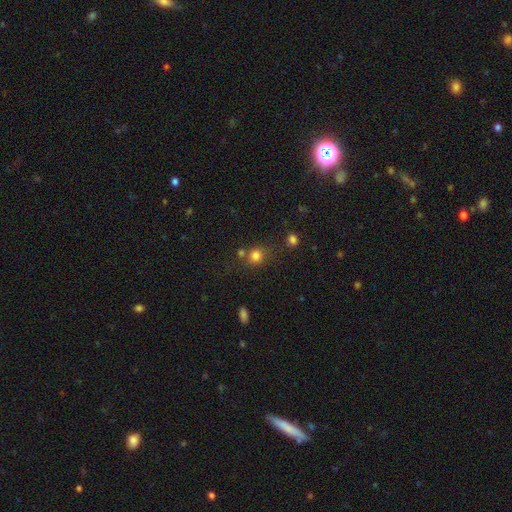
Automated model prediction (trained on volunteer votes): Morphology: type=smooth (79%); roundness=round (84%); merging=none (65%).